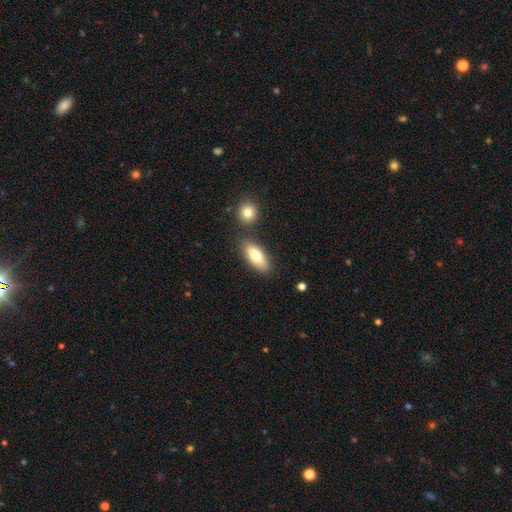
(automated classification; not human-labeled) smooth_or_featured: smooth (p=0.77) [alt: featured or disk p=0.17]
how_rounded: in between (p=0.79) [alt: cigar-shaped p=0.18]
merging: none (p=0.77) [alt: minor disturbance p=0.11]